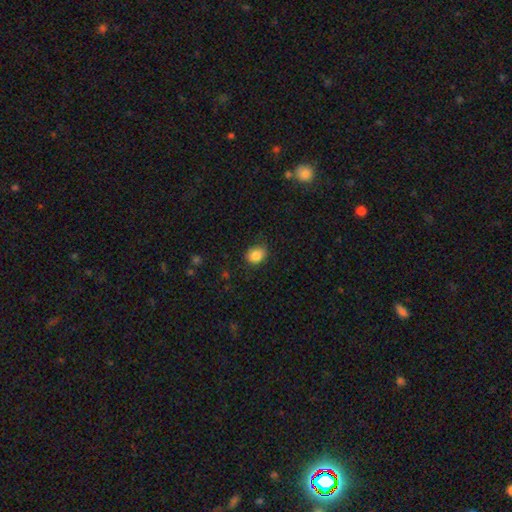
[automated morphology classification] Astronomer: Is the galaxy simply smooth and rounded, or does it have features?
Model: smooth — 84%.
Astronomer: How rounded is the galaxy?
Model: round — 52% (runner-up: in between, 47%).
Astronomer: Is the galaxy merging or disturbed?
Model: none — 77%.